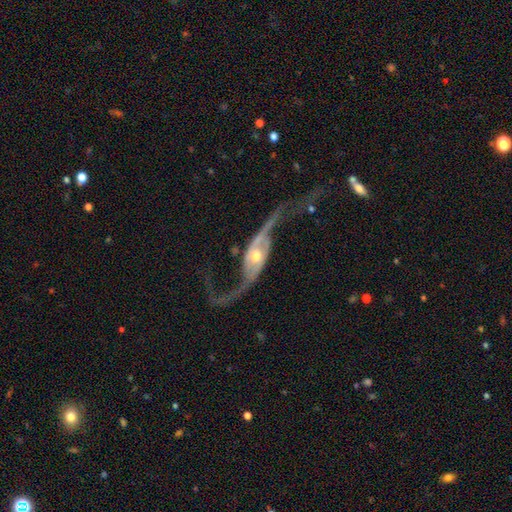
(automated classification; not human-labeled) This is clearly a featured or disk galaxy (90%). It is clearly not viewed edge-on (87%). Bar: possibly no (57%). Spiral arm pattern: clearly yes (94%). Spiral arm count: clearly 2 (93%). Spiral winding: clearly loose (88%). Central bulge: likely moderate (71%). Merging: possibly none (53%).